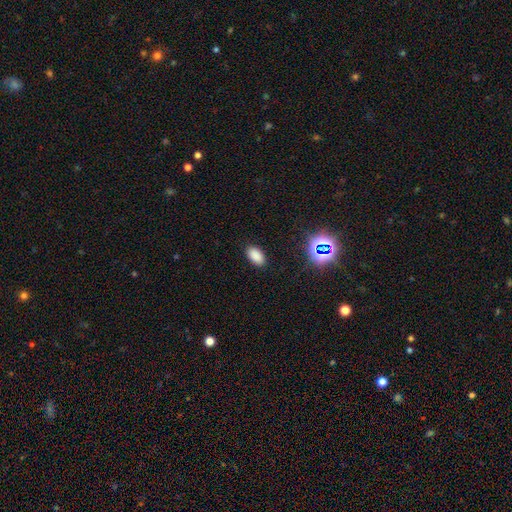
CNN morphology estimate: The model was most divided on "smooth or featured": smooth: 83%, star or artifact: 14%, featured or disk: 4%. More confident: how rounded — in between (93%); merging — none (88%).